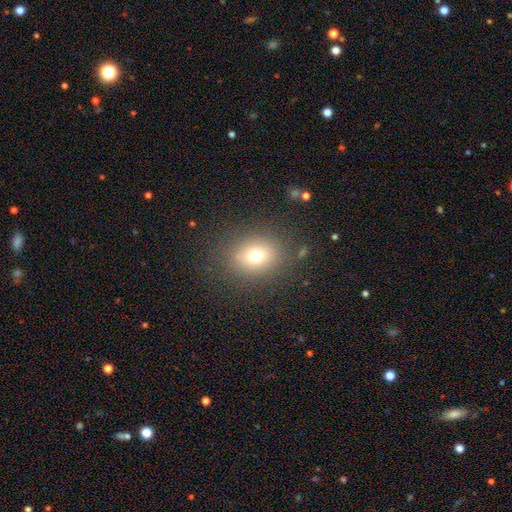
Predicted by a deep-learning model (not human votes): Smooth or featured? smooth (70%)
How rounded? round (68%)
Merging? none (82%)